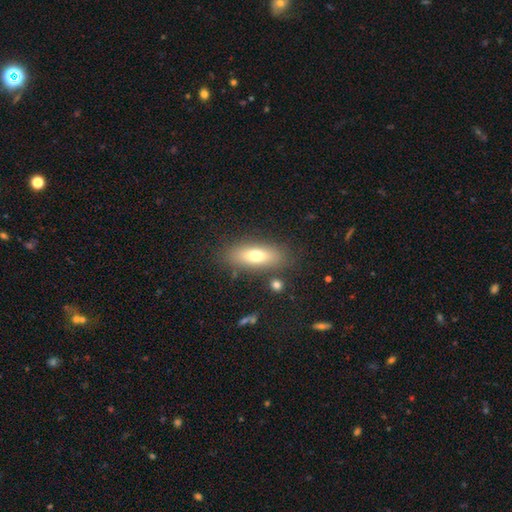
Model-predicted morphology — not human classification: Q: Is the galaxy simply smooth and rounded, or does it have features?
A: smooth — 70%.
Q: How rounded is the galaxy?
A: in between — 66%.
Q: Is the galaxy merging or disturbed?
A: none — 82%.